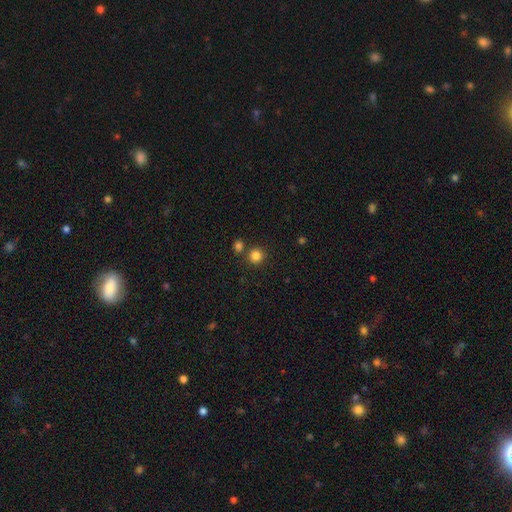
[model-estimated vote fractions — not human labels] Smooth or featured? smooth (83%)
How rounded? round (93%)
Merging? none (78%)